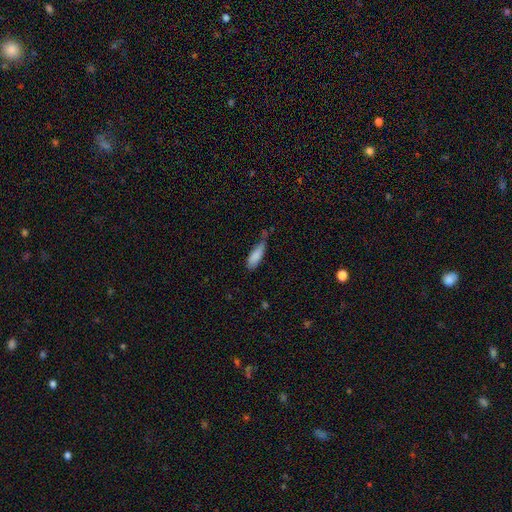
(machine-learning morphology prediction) Q: Smooth or featured?
A: smooth (84%); runner-up: featured or disk (9%)
Q: How rounded?
A: in between (56%); runner-up: cigar-shaped (42%)
Q: Merging?
A: minor disturbance (44%); runner-up: none (36%)